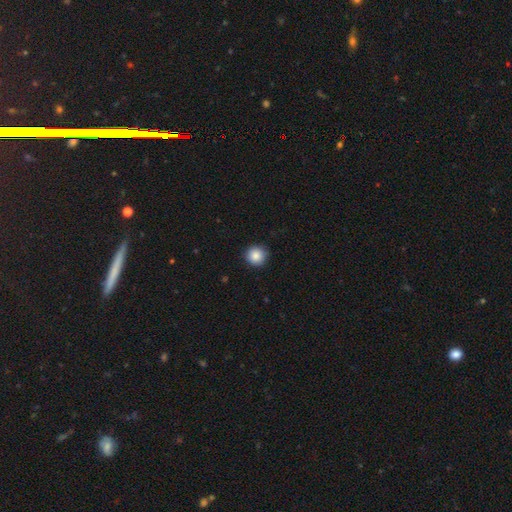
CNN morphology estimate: The model was most divided on "smooth or featured": smooth: 87%, star or artifact: 9%, featured or disk: 4%. More confident: how rounded — round (94%); merging — none (90%).